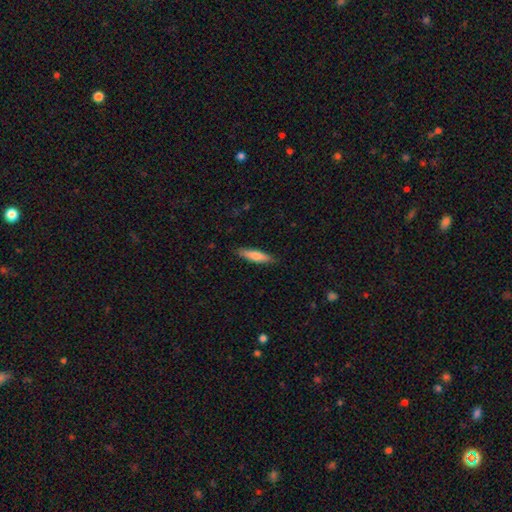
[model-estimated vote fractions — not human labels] Morphology: type=smooth (76%); roundness=cigar-shaped (76%); merging=none (87%).